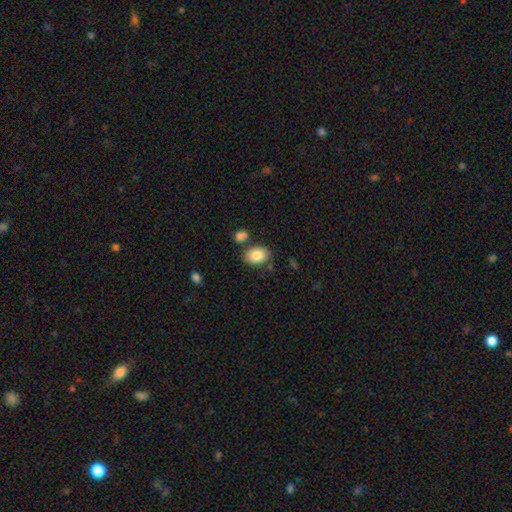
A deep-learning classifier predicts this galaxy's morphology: smooth_or_featured: smooth (p=0.85) [alt: featured or disk p=0.08]
how_rounded: in between (p=0.77) [alt: round p=0.22]
merging: none (p=0.70) [alt: minor disturbance p=0.14]